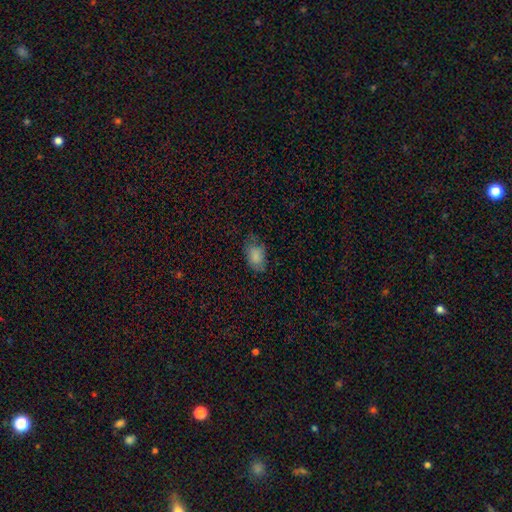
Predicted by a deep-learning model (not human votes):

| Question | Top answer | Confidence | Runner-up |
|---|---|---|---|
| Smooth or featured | smooth | 82% | star or artifact (9%) |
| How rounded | in between | 85% | round (14%) |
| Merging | none | 58% | minor disturbance (30%) |